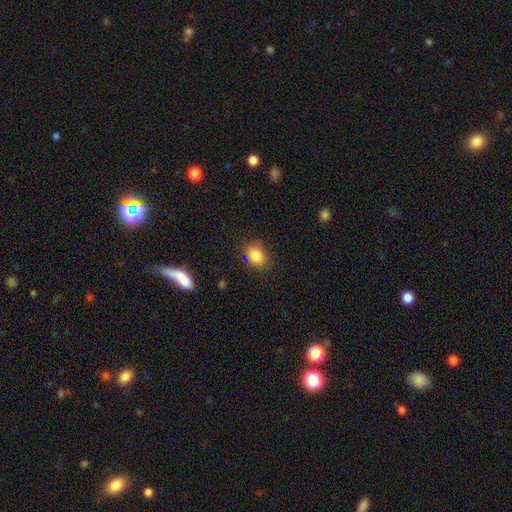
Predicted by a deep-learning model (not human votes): Overall: smooth (83%). How rounded: in between (63%; round 36%). Merging: none (79%).